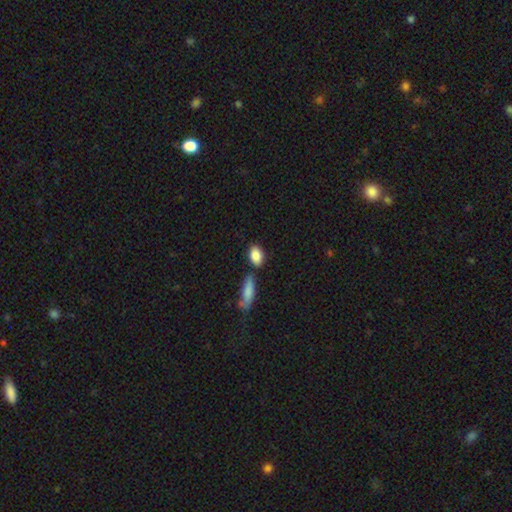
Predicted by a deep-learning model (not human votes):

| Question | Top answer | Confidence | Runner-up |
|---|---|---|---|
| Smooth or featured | smooth | 87% | star or artifact (7%) |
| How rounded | in between | 85% | round (11%) |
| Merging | none | 69% | minor disturbance (14%) |